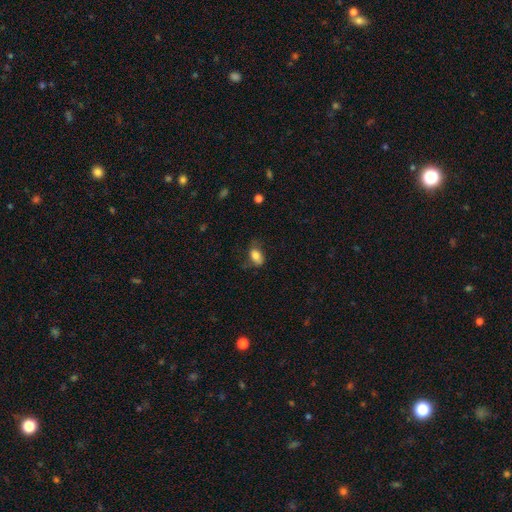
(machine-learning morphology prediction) type=smooth (77%); roundness=in between (87%); merging=none (55%).